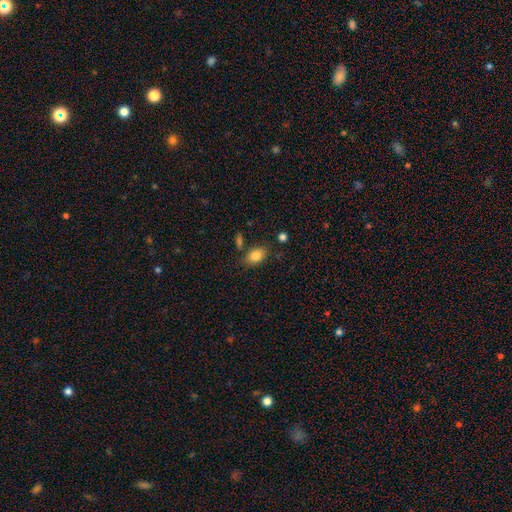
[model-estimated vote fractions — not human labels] smooth_or_featured: smooth (p=0.84) [alt: star or artifact p=0.08]
how_rounded: in between (p=0.83) [alt: round p=0.16]
merging: none (p=0.74) [alt: minor disturbance p=0.15]